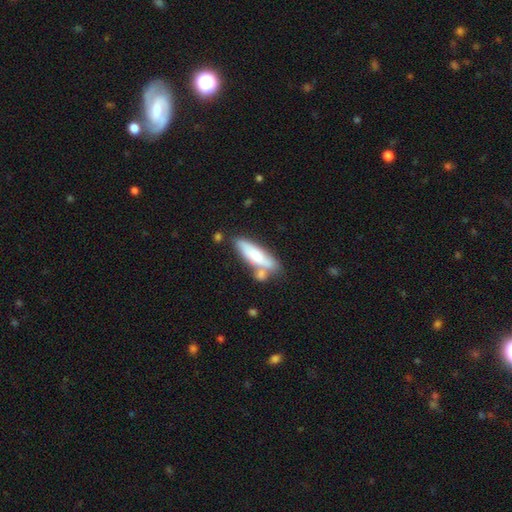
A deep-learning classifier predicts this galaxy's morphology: Q: Smooth or featured?
A: smooth (71%); runner-up: featured or disk (23%)
Q: How rounded?
A: cigar-shaped (60%); runner-up: in between (38%)
Q: Merging?
A: none (52%); runner-up: merger (22%)